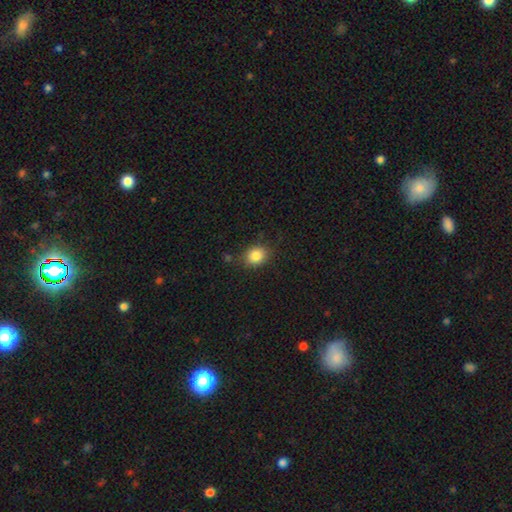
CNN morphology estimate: Smooth or featured? Predicted: smooth (p=0.84). How rounded? Predicted: round (p=0.56). Merging? Predicted: none (p=0.81).